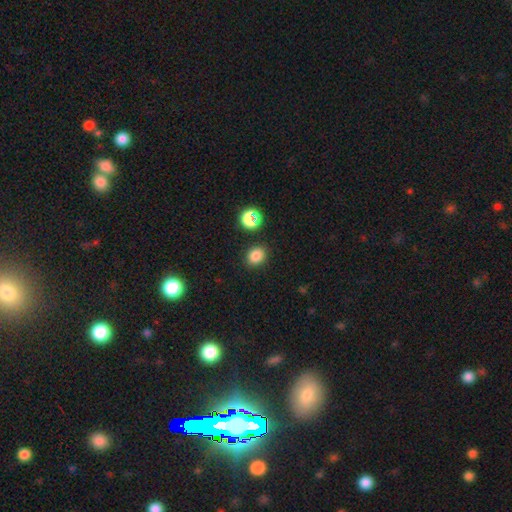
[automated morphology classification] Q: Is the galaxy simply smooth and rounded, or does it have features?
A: smooth — 82%.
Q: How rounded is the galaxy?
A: round — 55%.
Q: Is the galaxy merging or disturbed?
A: none — 86%.